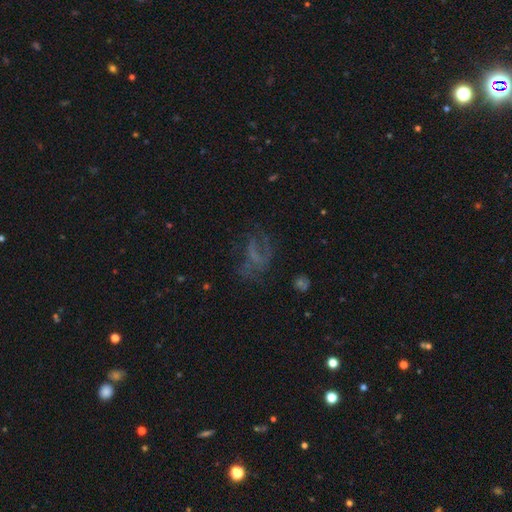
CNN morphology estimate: Smooth or featured? featured or disk (48%)
Merging? none (45%)